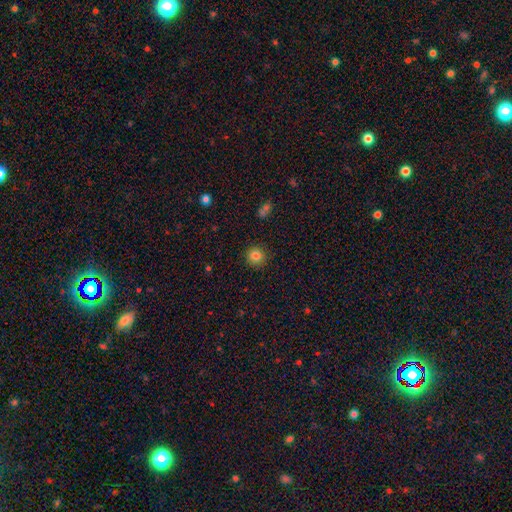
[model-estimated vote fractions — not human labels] Q: Smooth or featured?
A: smooth (82%); runner-up: star or artifact (12%)
Q: How rounded?
A: round (93%); runner-up: in between (6%)
Q: Merging?
A: none (89%); runner-up: minor disturbance (7%)